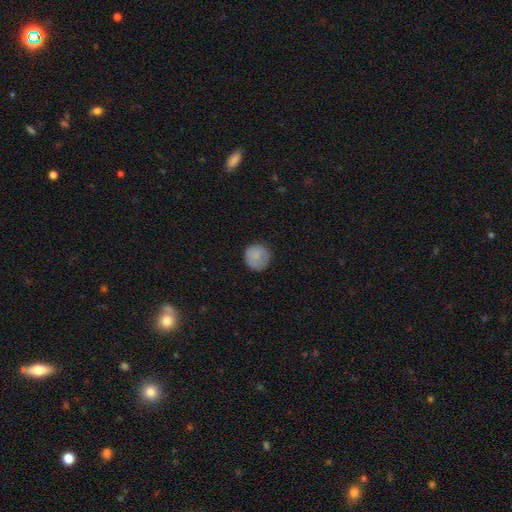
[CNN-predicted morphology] Overall: smooth (82%). How rounded: round (94%). Merging: none (84%).